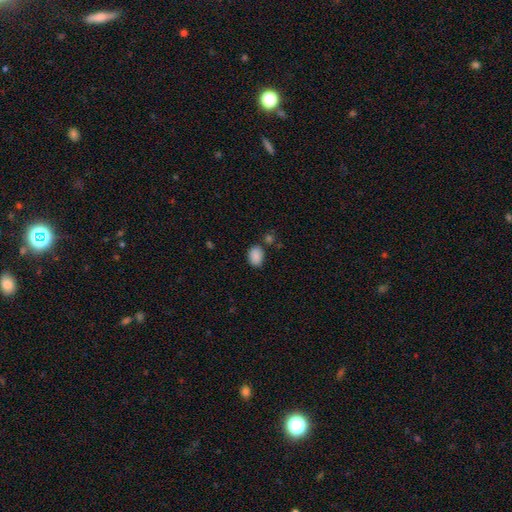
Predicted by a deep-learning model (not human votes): Overall: smooth (88%). How rounded: in between (76%). Merging: none (75%).